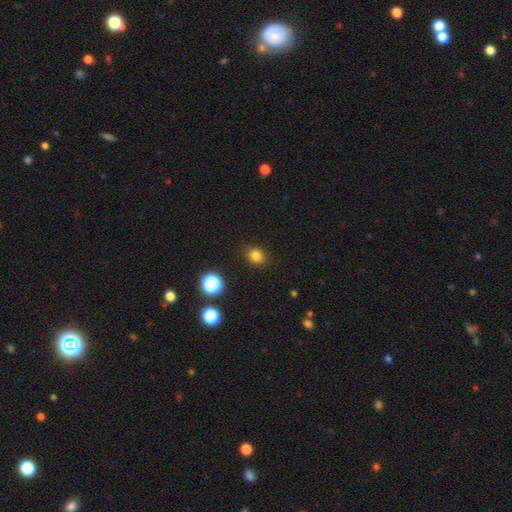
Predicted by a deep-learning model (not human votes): This is clearly a smooth galaxy (81%). How rounded: likely round (70%). Merging: clearly none (88%).